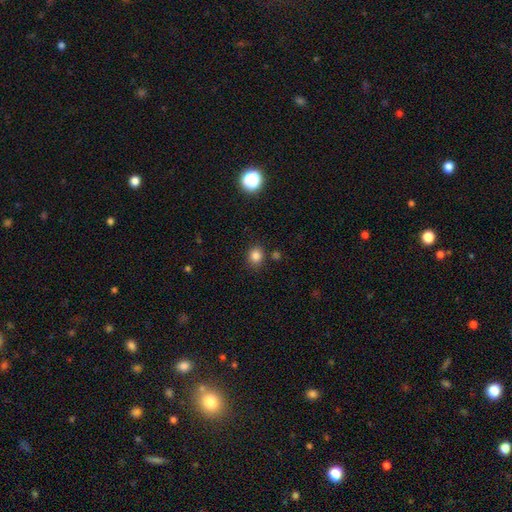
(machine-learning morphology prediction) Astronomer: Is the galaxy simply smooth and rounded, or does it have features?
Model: smooth — 82%.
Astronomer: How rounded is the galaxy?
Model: round — 75%.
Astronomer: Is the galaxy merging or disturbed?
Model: none — 82%.